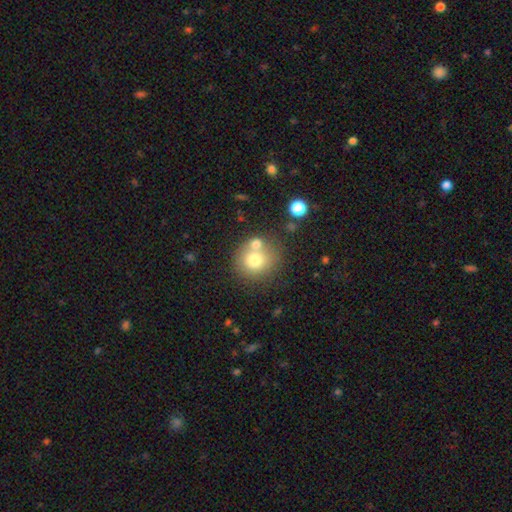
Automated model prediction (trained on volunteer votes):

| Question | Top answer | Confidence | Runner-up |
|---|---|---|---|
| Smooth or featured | smooth | 73% | featured or disk (15%) |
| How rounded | round | 86% | in between (14%) |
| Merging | none | 59% | merger (26%) |